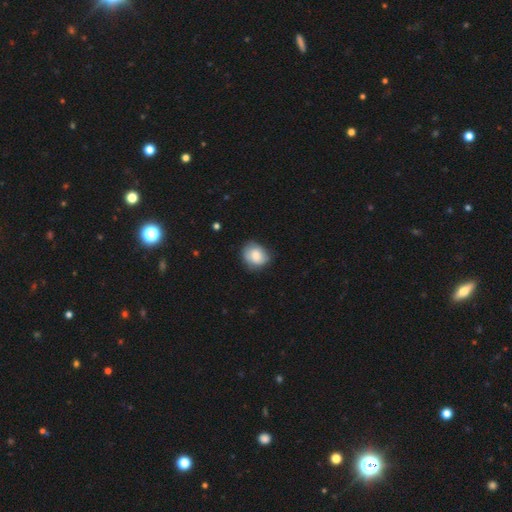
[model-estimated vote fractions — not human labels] smooth_or_featured: smooth (p=0.78) [alt: featured or disk p=0.15]
how_rounded: round (p=0.59) [alt: in between p=0.40]
merging: none (p=0.69) [alt: minor disturbance p=0.25]